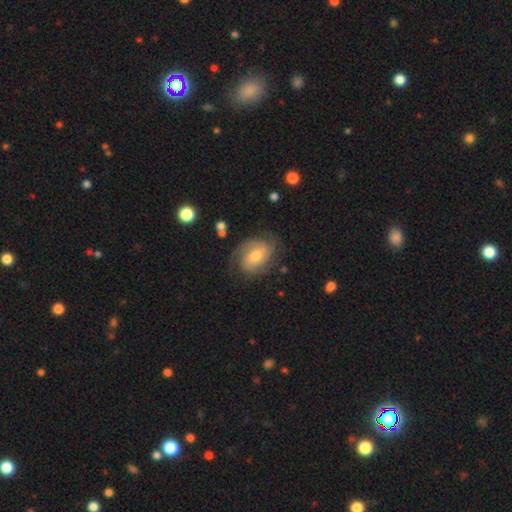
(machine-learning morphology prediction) This is likely a featured or disk galaxy (74%). It is clearly not viewed edge-on (97%). Bar: possibly no (56%). Spiral arm pattern: clearly yes (93%). Spiral arm count: possibly 2 (51%). Spiral winding: possibly tight (49%). Central bulge: possibly moderate (57%). Merging: likely none (71%).